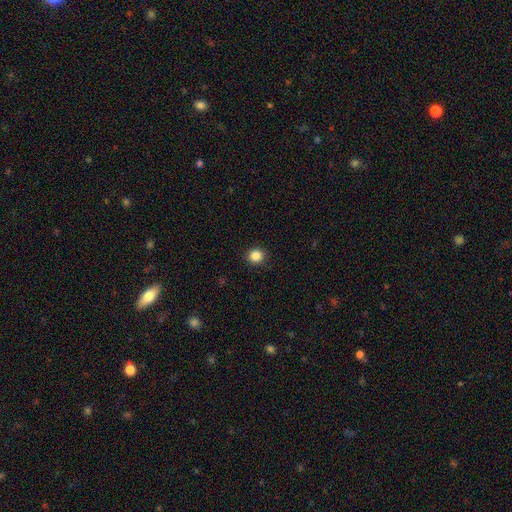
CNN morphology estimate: type=smooth (86%); roundness=round (91%); merging=none (92%).